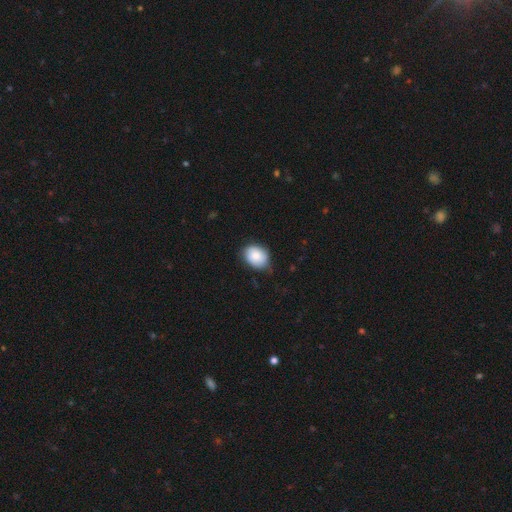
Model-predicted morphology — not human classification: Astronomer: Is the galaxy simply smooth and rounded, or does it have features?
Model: smooth — 81%.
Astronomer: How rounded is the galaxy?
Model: in between — 58% (runner-up: round, 41%).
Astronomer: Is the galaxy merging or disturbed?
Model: none — 72%.